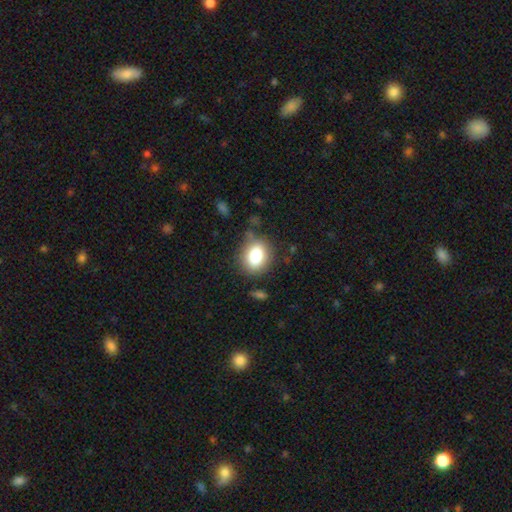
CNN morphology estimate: Q: Smooth or featured?
A: smooth (81%); runner-up: featured or disk (10%)
Q: How rounded?
A: in between (53%); runner-up: round (46%)
Q: Merging?
A: none (76%); runner-up: minor disturbance (16%)